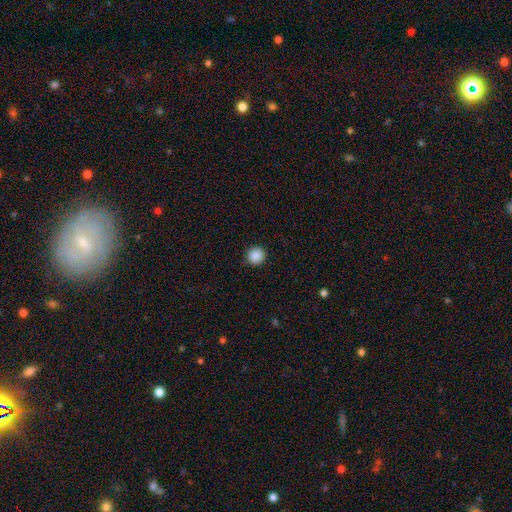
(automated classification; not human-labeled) This appears to be a smooth galaxy with no disk features (88%) that is round (94%). Merging: none (91%).